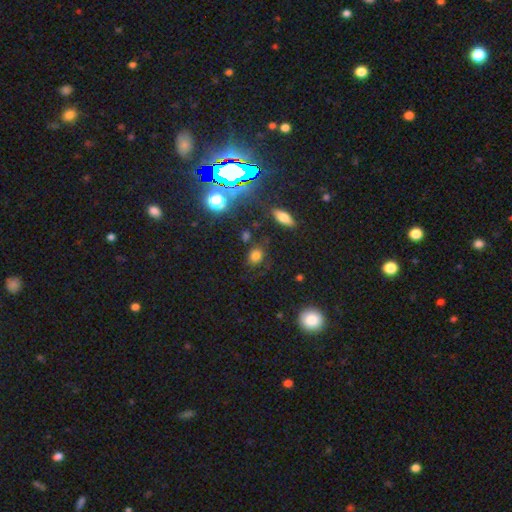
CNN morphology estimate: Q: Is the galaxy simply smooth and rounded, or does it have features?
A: smooth — 70%.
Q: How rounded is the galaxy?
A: round — 57%.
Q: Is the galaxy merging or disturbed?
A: none — 74%.